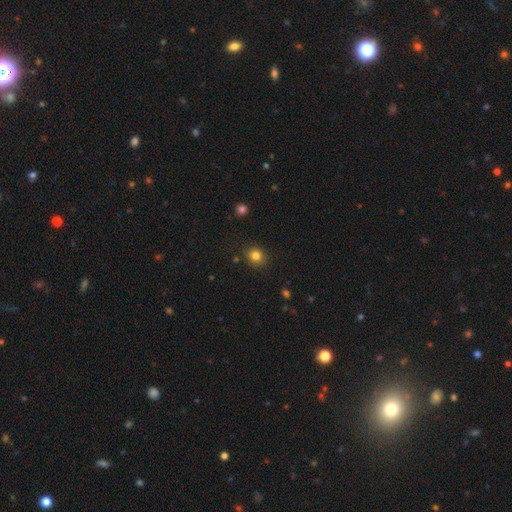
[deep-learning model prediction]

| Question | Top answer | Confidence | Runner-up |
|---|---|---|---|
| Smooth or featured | smooth | 82% | star or artifact (12%) |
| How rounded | round | 81% | in between (18%) |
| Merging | none | 88% | minor disturbance (8%) |